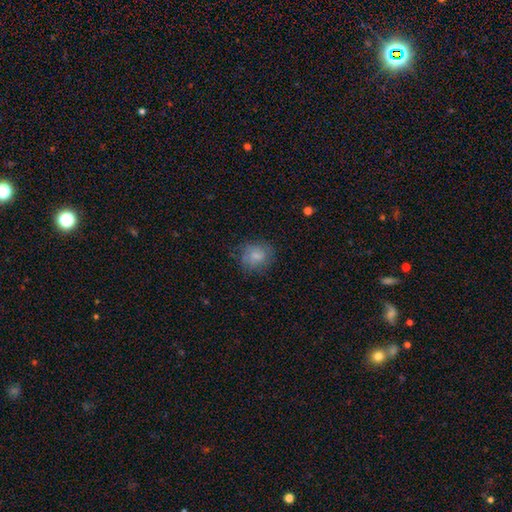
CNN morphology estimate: type=smooth (72%); roundness=round (70%); merging=none (68%).